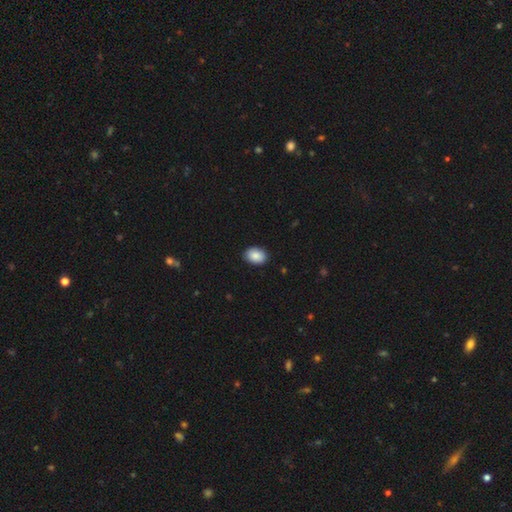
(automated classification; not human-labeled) A smooth galaxy with no disk features (89%) that is in between round and cigar-shaped (82%).

Vote fractions:
- Smooth or featured? smooth: 89% / star or artifact: 7% / featured or disk: 4%
- How rounded? in between: 82% / round: 17% / cigar-shaped: 1%
- Merging? none: 90% / minor disturbance: 8% / major disturbance: 2% / merger: 1%